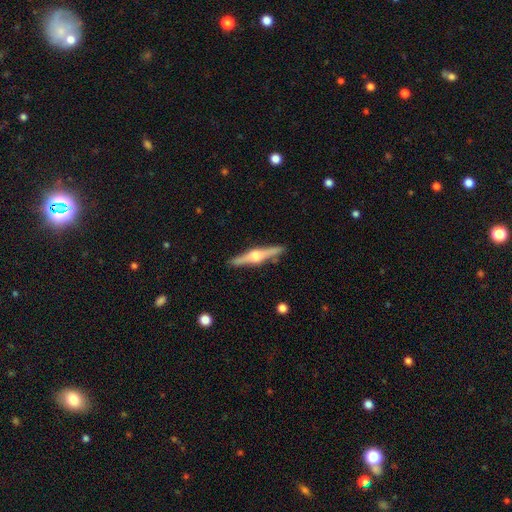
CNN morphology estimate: Smooth or featured? Predicted: featured or disk (p=0.77). Edge-on disk? Predicted: yes (p=0.98). Edge-on bulge? Predicted: rounded (p=0.93). Merging? Predicted: none (p=0.90).